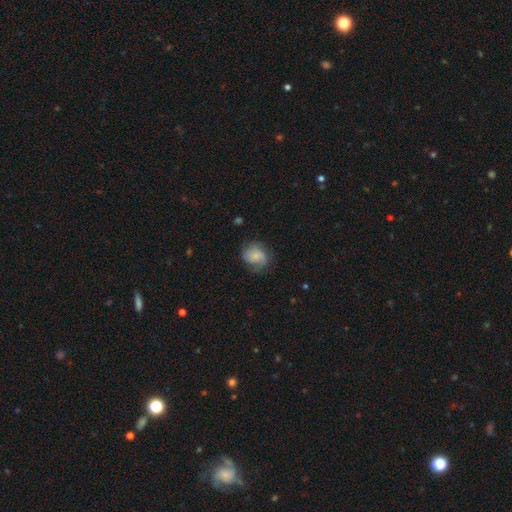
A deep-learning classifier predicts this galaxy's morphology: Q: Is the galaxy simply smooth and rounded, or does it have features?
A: smooth — 67%.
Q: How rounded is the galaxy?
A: round — 63%.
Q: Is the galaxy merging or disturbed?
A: none — 62%.